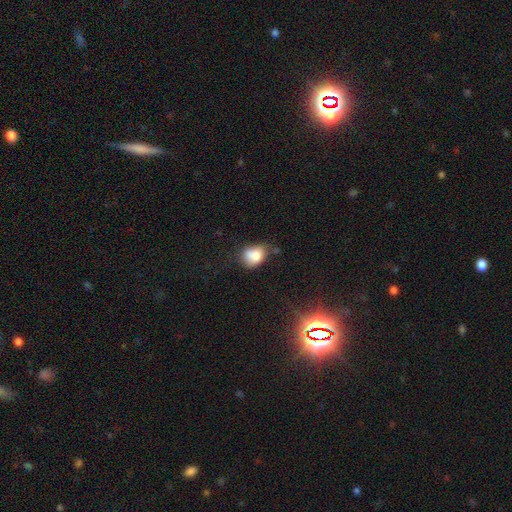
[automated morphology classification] A smooth galaxy with no disk features (75%) that is in between round and cigar-shaped (57%).

Vote fractions:
- Smooth or featured? smooth: 75% / featured or disk: 15% / star or artifact: 10%
- How rounded? in between: 57% / round: 42% / cigar-shaped: 1%
- Merging? none: 38% / minor disturbance: 26% / merger: 26% / major disturbance: 10%